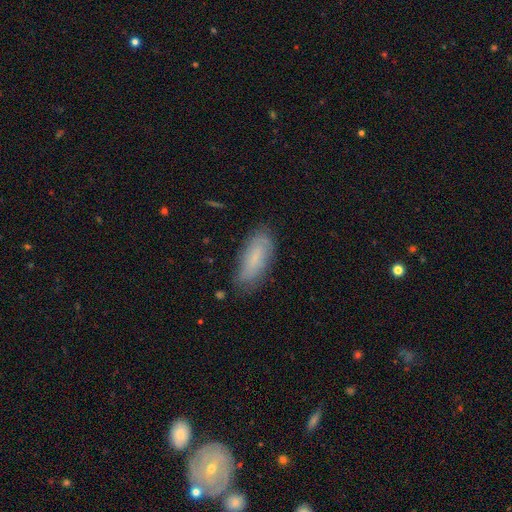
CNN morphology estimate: A smooth galaxy with no disk features (67%) that is in between round and cigar-shaped (73%).

Vote fractions:
- Smooth or featured? smooth: 67% / featured or disk: 25% / star or artifact: 8%
- How rounded? in between: 73% / cigar-shaped: 25% / round: 2%
- Merging? none: 75% / minor disturbance: 19% / major disturbance: 4% / merger: 2%